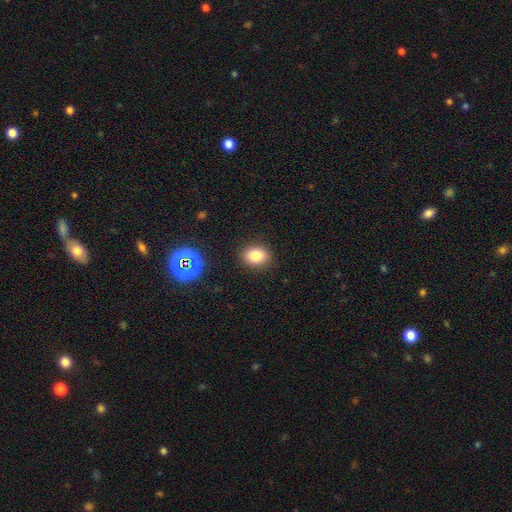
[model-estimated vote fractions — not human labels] Overall: smooth (80%). How rounded: in between (57%; round 42%). Merging: none (88%).